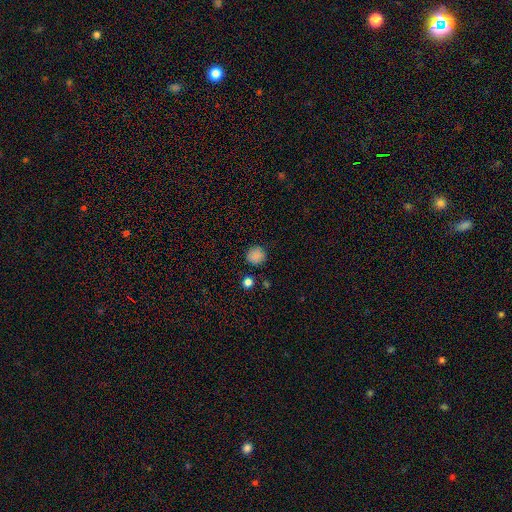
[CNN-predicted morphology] type=smooth (84%); roundness=round (91%); merging=none (85%).